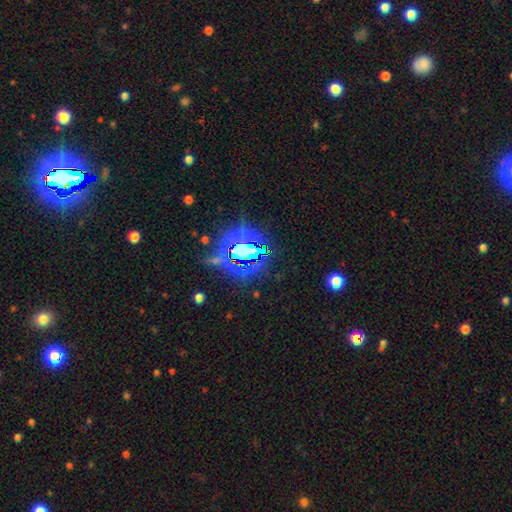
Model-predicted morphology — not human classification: star or artifact 74%, smooth 16%, featured or disk 10%.